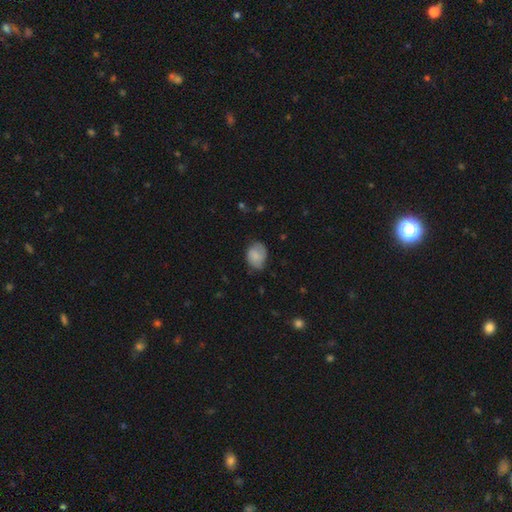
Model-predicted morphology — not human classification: A smooth galaxy with no disk features (75%) that is in between round and cigar-shaped (62%). Merging: none (60%).